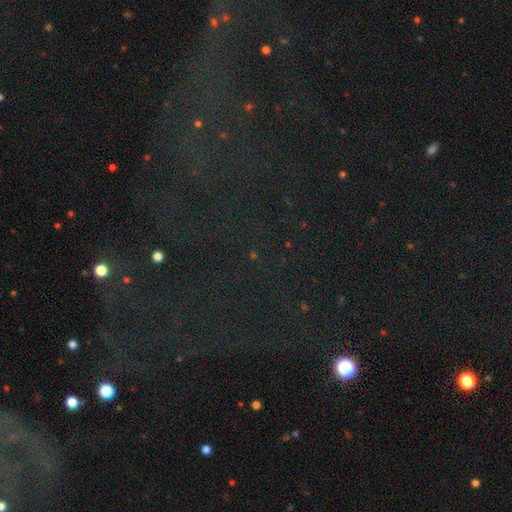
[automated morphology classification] A star or artifact, not a galaxy (78%).

Vote fractions:
- Smooth or featured? star or artifact: 78% / smooth: 12% / featured or disk: 10%